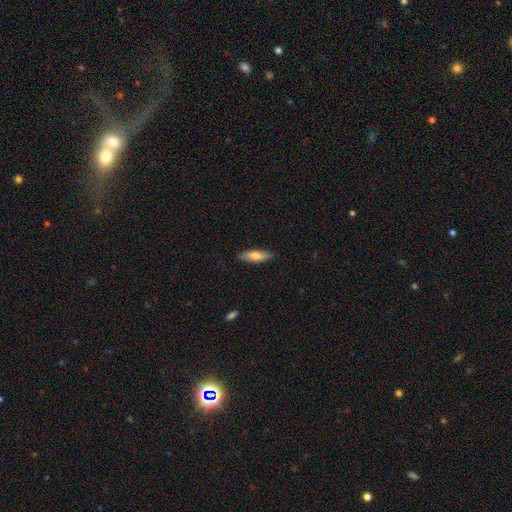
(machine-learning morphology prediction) A smooth galaxy with no disk features (77%) that is cigar-shaped (56%). Merging: none (85%).